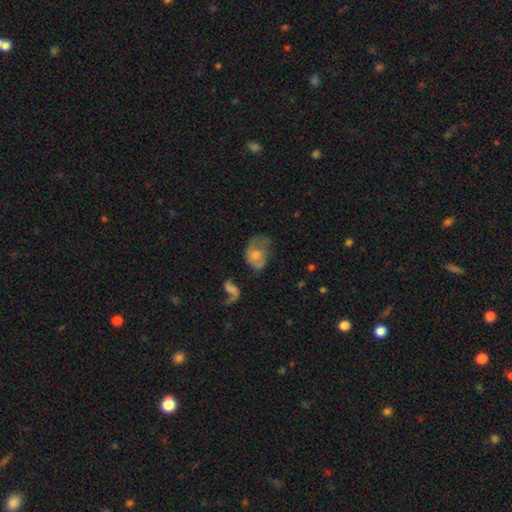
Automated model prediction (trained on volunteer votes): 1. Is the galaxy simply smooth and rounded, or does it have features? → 49% smooth, 42% featured or disk, 9% star or artifact.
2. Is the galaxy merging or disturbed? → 41% major disturbance, 27% none, 24% minor disturbance, 8% merger.